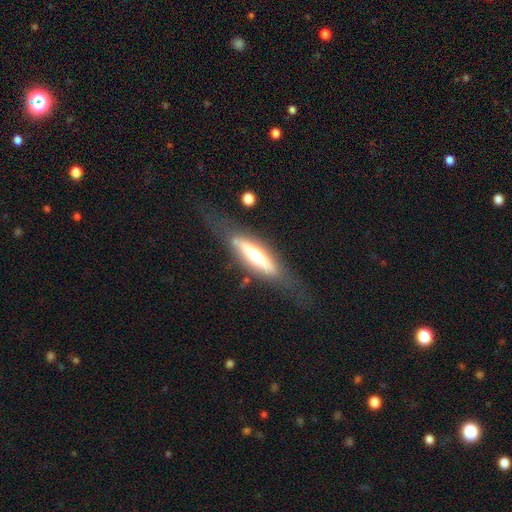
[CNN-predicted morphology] The model was most divided on "smooth or featured": featured or disk: 54%, smooth: 41%, star or artifact: 6%. More confident: edge-on disk — yes (79%); merging — none (60%).